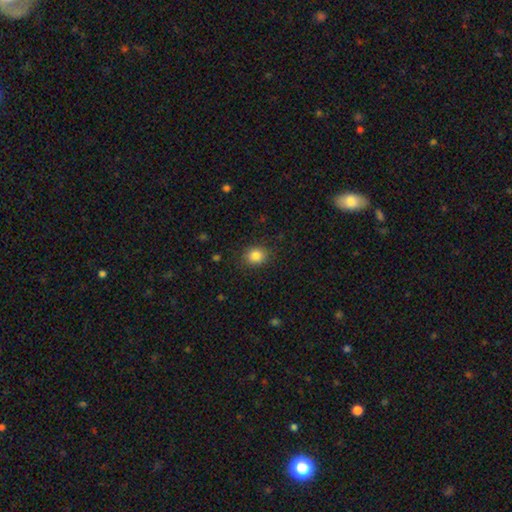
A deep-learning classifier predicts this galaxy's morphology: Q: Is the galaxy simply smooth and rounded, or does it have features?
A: smooth — 84%.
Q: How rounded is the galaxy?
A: round — 65%.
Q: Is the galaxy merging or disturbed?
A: none — 86%.